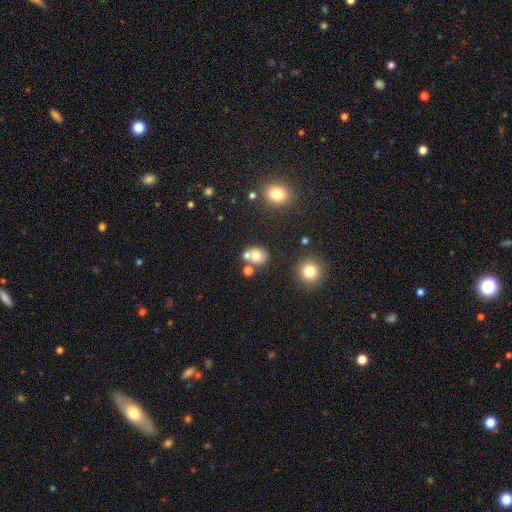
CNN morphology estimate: Smooth or featured? Predicted: smooth (p=0.74). How rounded? Predicted: round (p=0.76). Merging? Predicted: none (p=0.59).